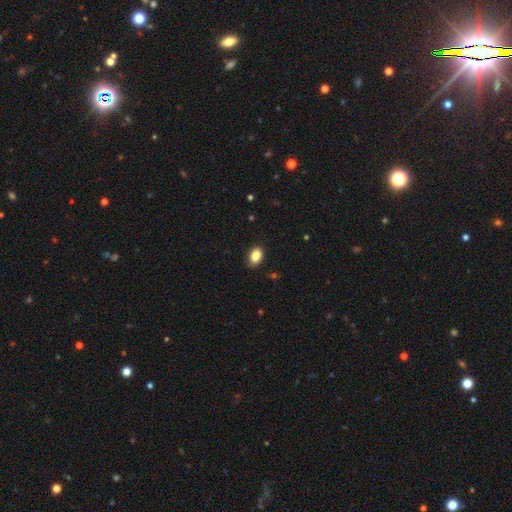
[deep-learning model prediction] This appears to be a smooth galaxy with no disk features (86%) that is in between round and cigar-shaped (82%). Merging: none (86%).